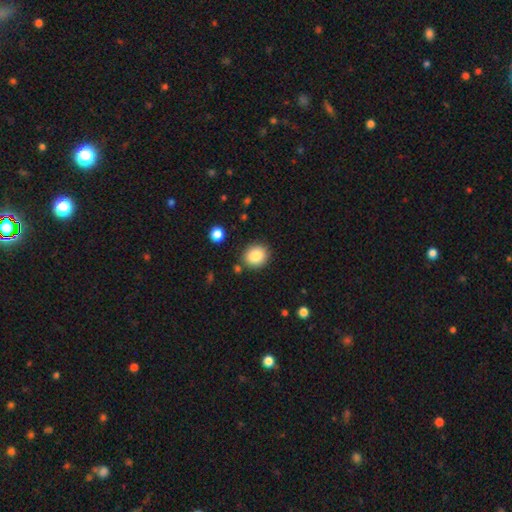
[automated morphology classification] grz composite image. It shows a smooth galaxy with no disk features (86%) that is round (70%). Merging: none (85%).